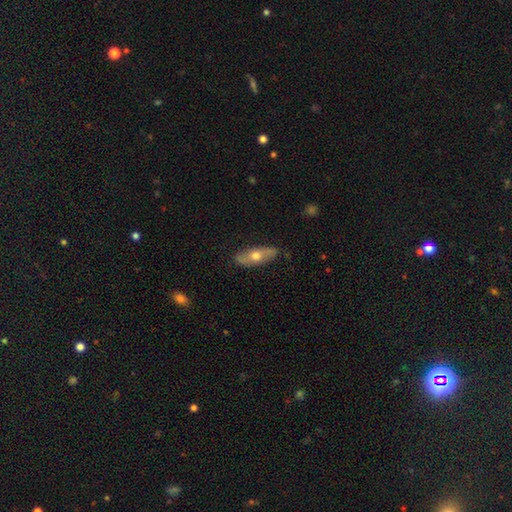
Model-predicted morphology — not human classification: Q: Smooth or featured?
A: featured or disk (48%); runner-up: smooth (46%)
Q: Merging?
A: none (83%); runner-up: minor disturbance (13%)